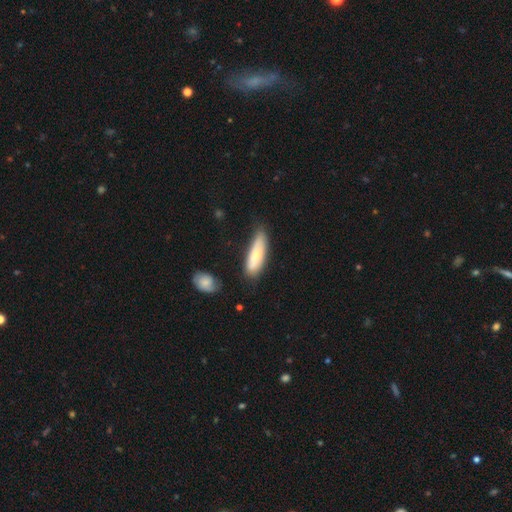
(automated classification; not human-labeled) Smooth or featured? Predicted: smooth (p=0.68). How rounded? Predicted: cigar-shaped (p=0.55). Merging? Predicted: none (p=0.67).